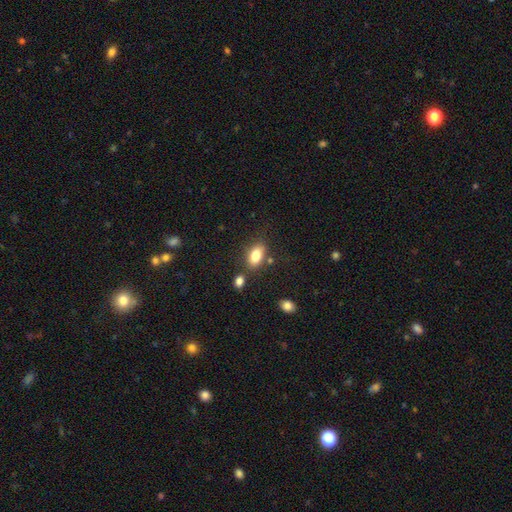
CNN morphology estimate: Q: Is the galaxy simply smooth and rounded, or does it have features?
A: smooth — 82%.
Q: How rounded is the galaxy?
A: in between — 87%.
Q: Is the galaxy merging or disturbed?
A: none — 71%.